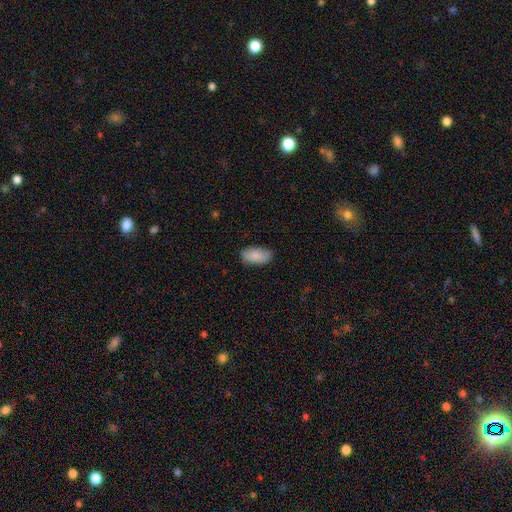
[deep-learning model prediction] The model was most divided on "merging": none: 82%, minor disturbance: 14%, major disturbance: 3%, merger: 1%. More confident: how rounded — in between (94%); smooth or featured — smooth (87%).